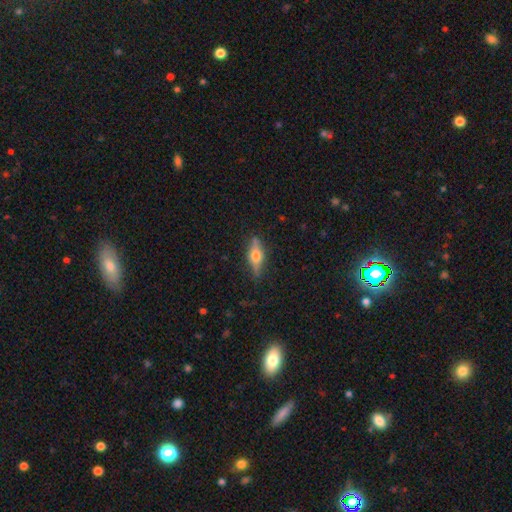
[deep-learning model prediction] Smooth or featured?
  - featured or disk: 54% *
  - smooth: 39%
  - star or artifact: 7%
Edge-on disk?
  - yes: 91% *
  - no: 9%
Merging?
  - none: 83% *
  - minor disturbance: 13%
  - major disturbance: 3%
  - merger: 1%